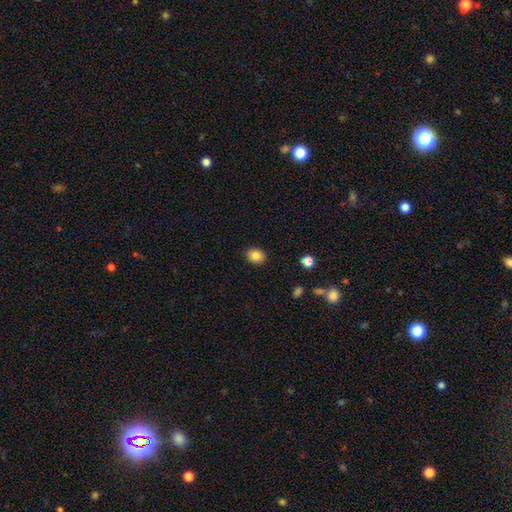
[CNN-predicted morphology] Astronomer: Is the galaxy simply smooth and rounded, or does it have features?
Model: smooth — 84%.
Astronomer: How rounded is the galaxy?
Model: in between — 55% (runner-up: round, 44%).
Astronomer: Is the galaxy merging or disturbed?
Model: none — 89%.